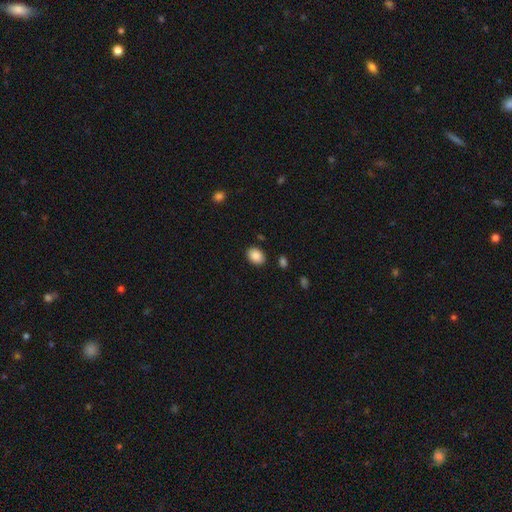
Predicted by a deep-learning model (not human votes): Smooth or featured?
  - smooth: 88% *
  - star or artifact: 8%
  - featured or disk: 4%
How rounded?
  - in between: 74% *
  - round: 25%
  - cigar-shaped: 1%
Merging?
  - none: 86% *
  - minor disturbance: 9%
  - major disturbance: 2%
  - merger: 2%